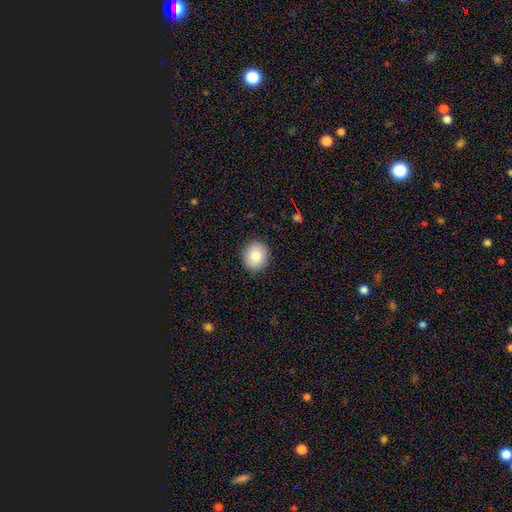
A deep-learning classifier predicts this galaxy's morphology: smooth-or-featured: smooth: 79% | featured or disk: 12% | star or artifact: 9%
  how-rounded: round: 81% | in between: 18% | cigar-shaped: 1%
  merging: none: 90% | minor disturbance: 7% | major disturbance: 2% | merger: 1%